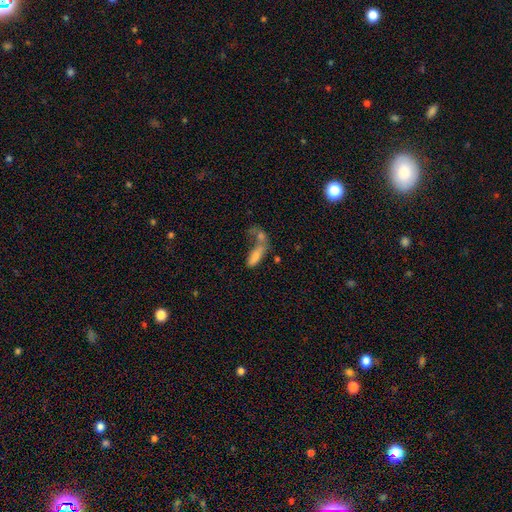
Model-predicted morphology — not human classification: Overall: smooth (74%). How rounded: in between (64%; cigar-shaped 33%). Merging: merger (56%; none 20%).